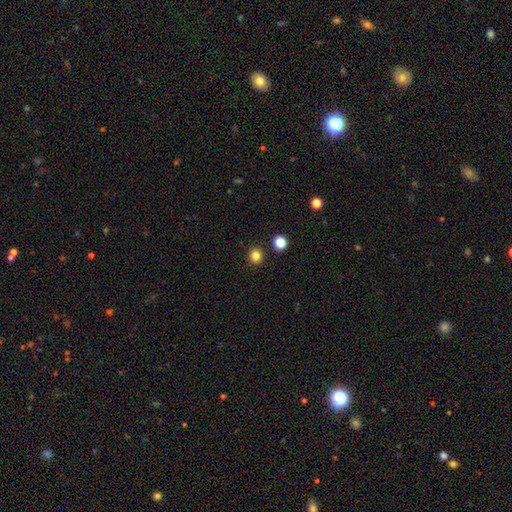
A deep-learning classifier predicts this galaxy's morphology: This appears to be a smooth galaxy with no disk features (83%) that is round (89%). Merging: none (91%).